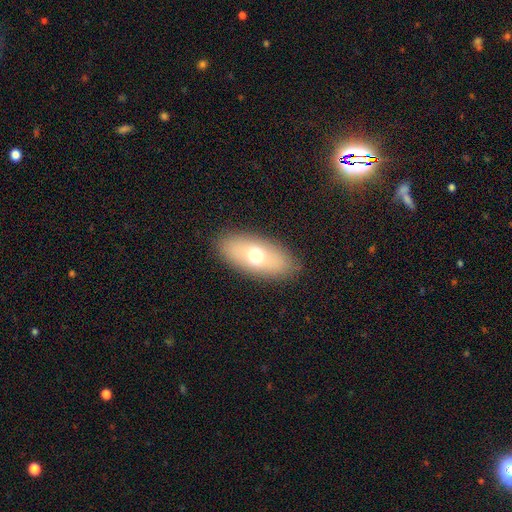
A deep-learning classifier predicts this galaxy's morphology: The model was most divided on "smooth or featured": smooth: 61%, featured or disk: 30%, star or artifact: 9%. More confident: merging — none (88%); how rounded — in between (86%).